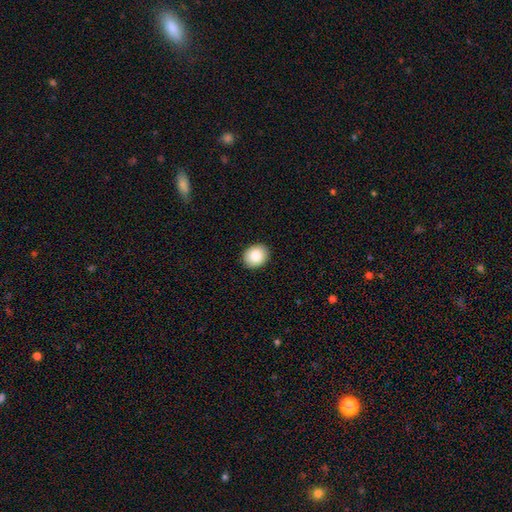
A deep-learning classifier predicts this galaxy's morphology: Smooth or featured?
  - smooth: 85% *
  - star or artifact: 8%
  - featured or disk: 7%
How rounded?
  - round: 62% *
  - in between: 37%
  - cigar-shaped: 1%
Merging?
  - none: 91% *
  - minor disturbance: 6%
  - major disturbance: 2%
  - merger: 1%